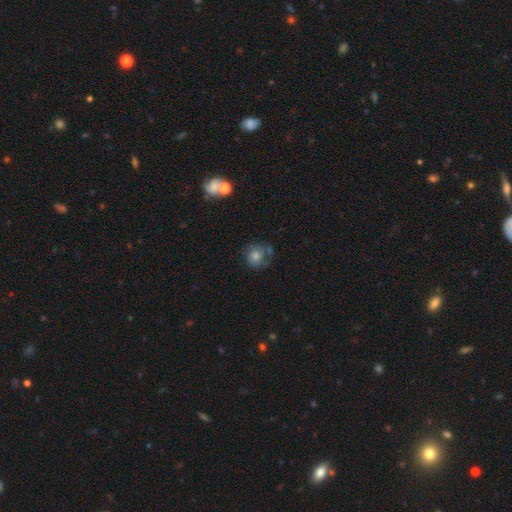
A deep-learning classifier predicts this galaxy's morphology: A smooth galaxy with no disk features (59%) that is round (81%).

Vote fractions:
- Smooth or featured? smooth: 59% / featured or disk: 27% / star or artifact: 14%
- How rounded? round: 81% / in between: 18% / cigar-shaped: 1%
- Merging? none: 54% / minor disturbance: 22% / major disturbance: 14% / merger: 10%